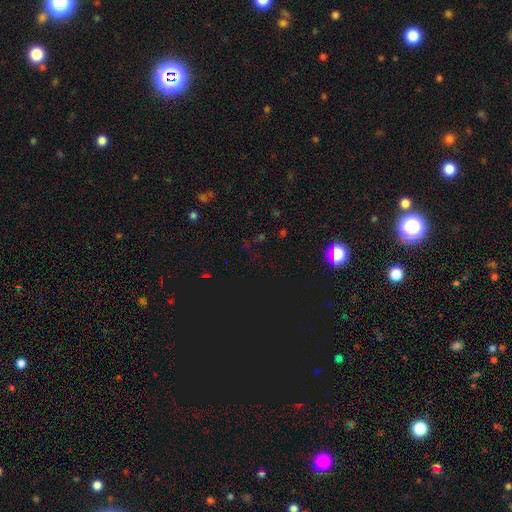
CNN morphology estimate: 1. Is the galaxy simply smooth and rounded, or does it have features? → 71% star or artifact, 22% smooth, 7% featured or disk.